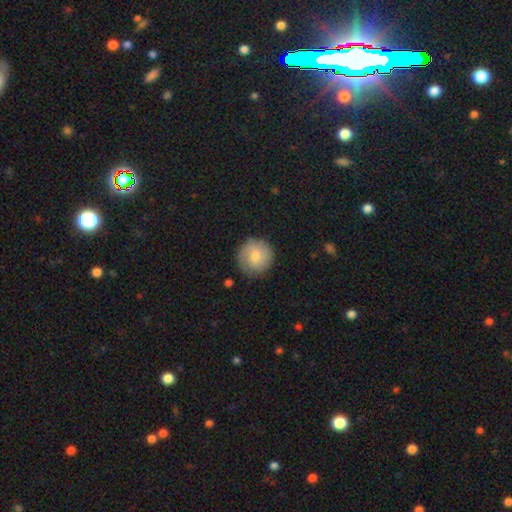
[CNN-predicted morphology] smooth-or-featured: smooth: 75% | featured or disk: 19% | star or artifact: 6%
  how-rounded: round: 95% | in between: 4% | cigar-shaped: 1%
  merging: none: 84% | minor disturbance: 12% | major disturbance: 3% | merger: 1%